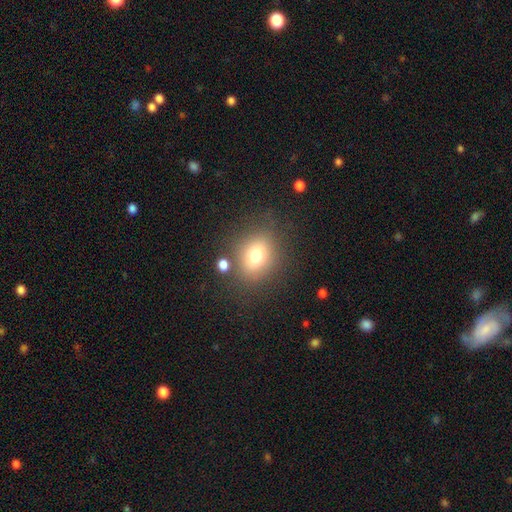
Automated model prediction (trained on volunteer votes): This appears to be a smooth galaxy with no disk features (73%) that is round (57%). Merging: none (74%).